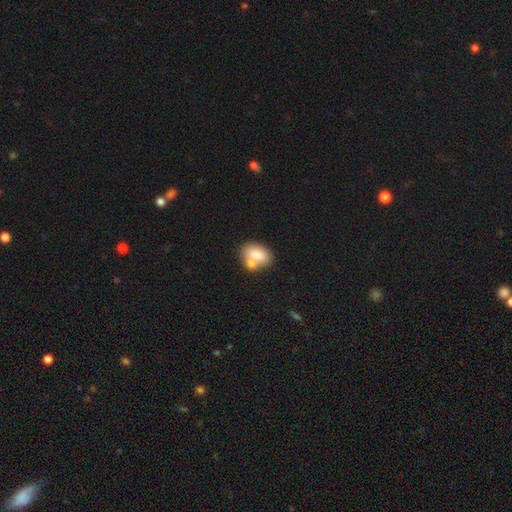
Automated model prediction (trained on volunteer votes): Overall: smooth (77%). How rounded: in between (84%). Merging: merger (44%; none 38%).